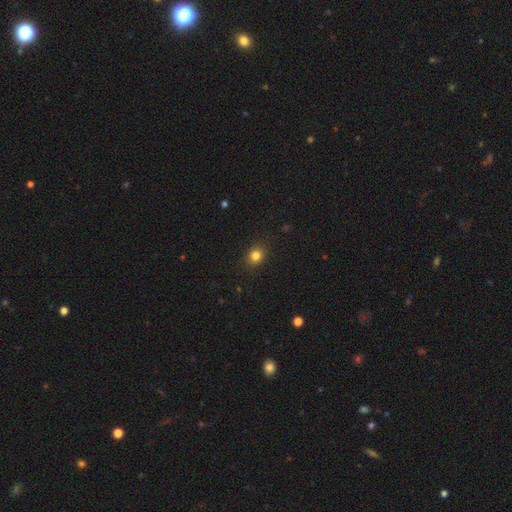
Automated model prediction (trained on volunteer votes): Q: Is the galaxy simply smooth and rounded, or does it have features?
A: smooth — 82%.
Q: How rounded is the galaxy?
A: round — 67%.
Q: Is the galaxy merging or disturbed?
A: none — 88%.